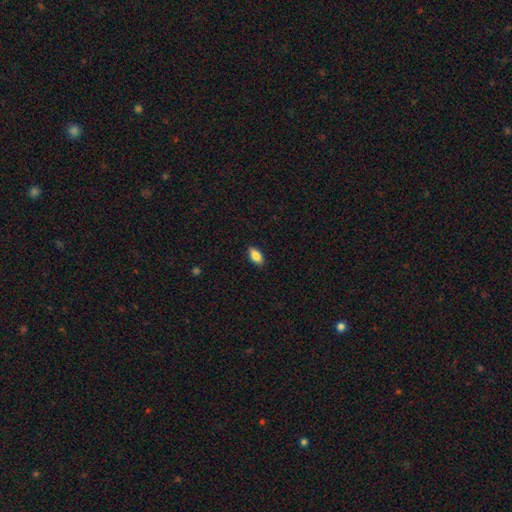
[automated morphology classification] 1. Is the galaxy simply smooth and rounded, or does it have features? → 85% smooth, 8% featured or disk, 7% star or artifact.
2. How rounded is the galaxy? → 90% in between, 6% cigar-shaped, 4% round.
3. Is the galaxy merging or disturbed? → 88% none, 9% minor disturbance, 2% major disturbance, 1% merger.